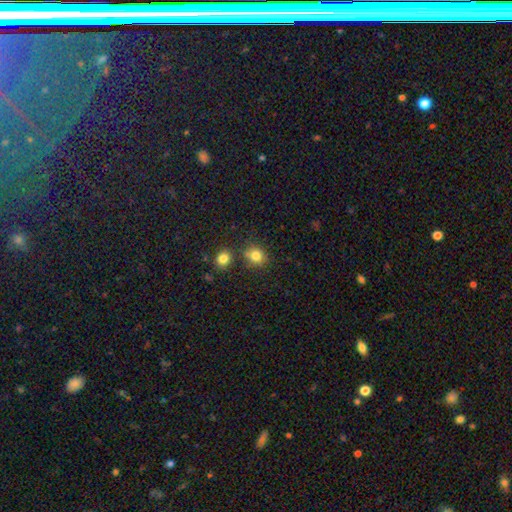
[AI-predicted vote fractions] smooth 81%, star or artifact 12%, featured or disk 7%. Down the decision tree: how rounded — round (74%); merging — none (71%).